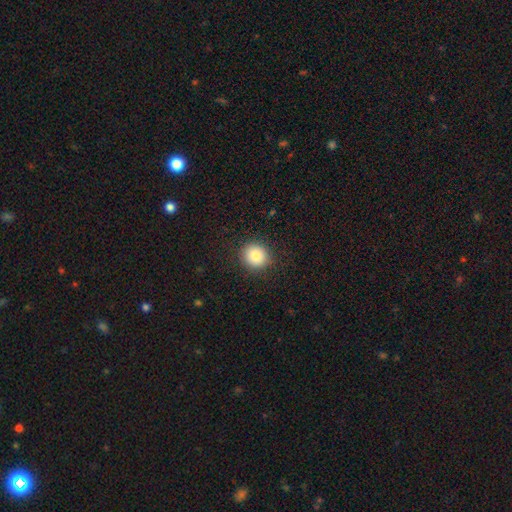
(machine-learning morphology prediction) type=smooth (84%); roundness=round (88%); merging=none (90%).